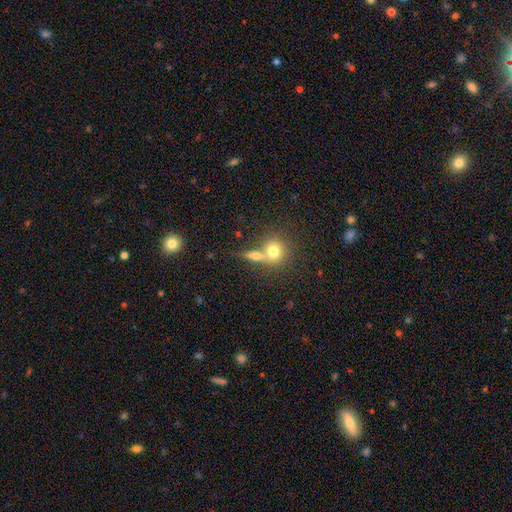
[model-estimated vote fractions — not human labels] smooth-or-featured: smooth: 63% | featured or disk: 25% | star or artifact: 12%
  how-rounded: round: 41% | in between: 35% | cigar-shaped: 24%
  merging: none: 50% | merger: 36% | minor disturbance: 9% | major disturbance: 5%